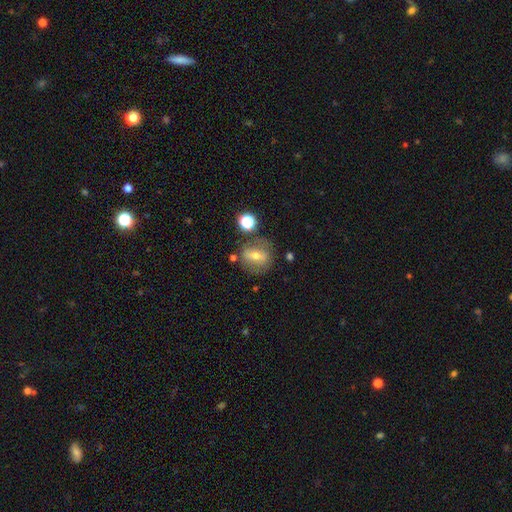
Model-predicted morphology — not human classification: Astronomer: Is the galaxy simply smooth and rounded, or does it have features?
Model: smooth — 45% (runner-up: featured or disk, 42%).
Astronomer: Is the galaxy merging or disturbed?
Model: none — 67%.